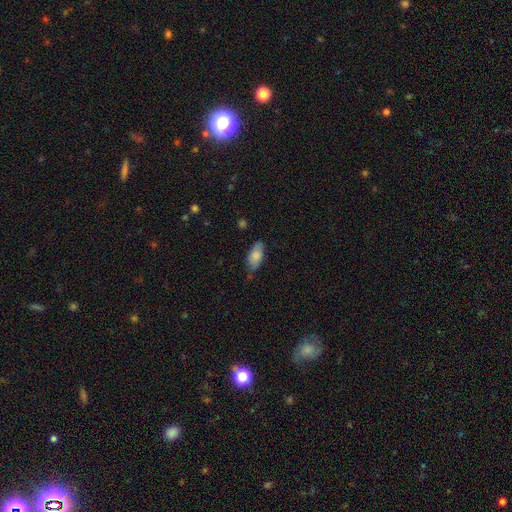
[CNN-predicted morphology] This is clearly a smooth galaxy (82%). How rounded: clearly in between (89%). Merging: likely none (71%).